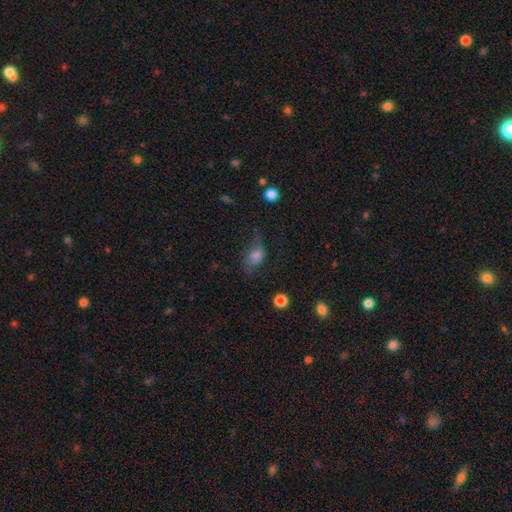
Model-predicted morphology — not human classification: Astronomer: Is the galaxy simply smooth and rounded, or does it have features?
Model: smooth — 59%.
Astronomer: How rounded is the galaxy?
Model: in between — 78%.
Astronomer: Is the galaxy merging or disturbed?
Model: none — 46% (runner-up: minor disturbance, 27%).